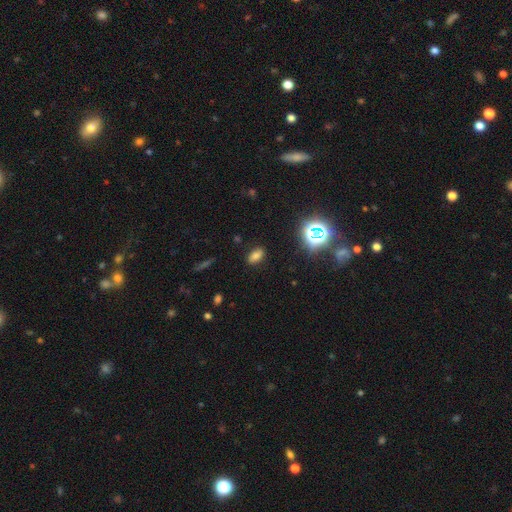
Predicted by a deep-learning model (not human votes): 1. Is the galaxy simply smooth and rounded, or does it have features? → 69% smooth, 22% star or artifact, 9% featured or disk.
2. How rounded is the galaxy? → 88% in between, 9% round, 3% cigar-shaped.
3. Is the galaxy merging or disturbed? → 87% none, 9% minor disturbance, 3% major disturbance, 1% merger.